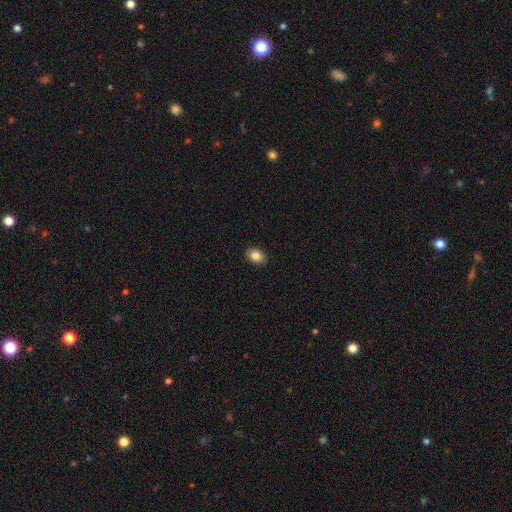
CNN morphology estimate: Q: Smooth or featured?
A: smooth (86%); runner-up: star or artifact (9%)
Q: How rounded?
A: in between (74%); runner-up: round (25%)
Q: Merging?
A: none (91%); runner-up: minor disturbance (7%)